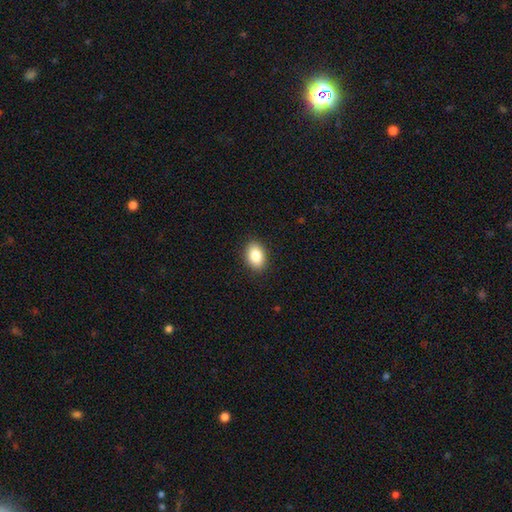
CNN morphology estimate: smooth_or_featured: smooth (p=0.86) [alt: star or artifact p=0.08]
how_rounded: in between (p=0.82) [alt: round p=0.16]
merging: none (p=0.90) [alt: minor disturbance p=0.08]